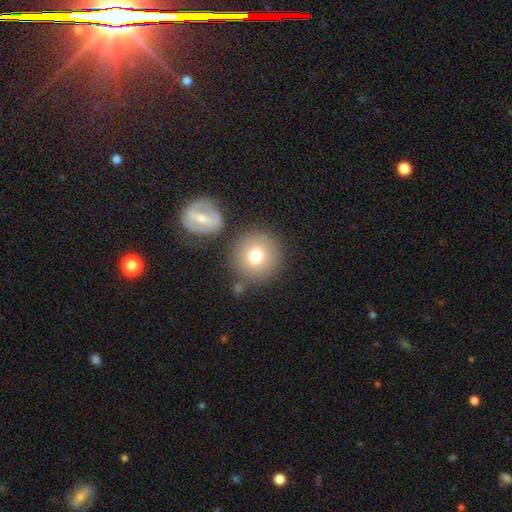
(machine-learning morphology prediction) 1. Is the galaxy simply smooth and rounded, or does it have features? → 75% smooth, 15% featured or disk, 10% star or artifact.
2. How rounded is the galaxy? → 93% round, 6% in between, 1% cigar-shaped.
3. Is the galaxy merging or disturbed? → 77% none, 10% merger, 10% minor disturbance, 4% major disturbance.